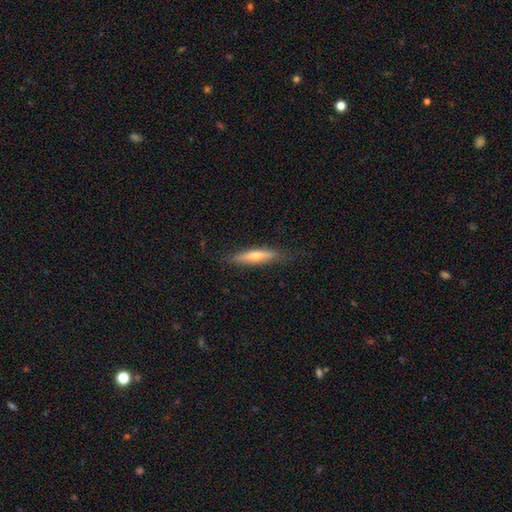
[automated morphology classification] smooth-or-featured: featured or disk: 49% | smooth: 44% | star or artifact: 6%
  merging: none: 81% | minor disturbance: 15% | major disturbance: 3% | merger: 1%